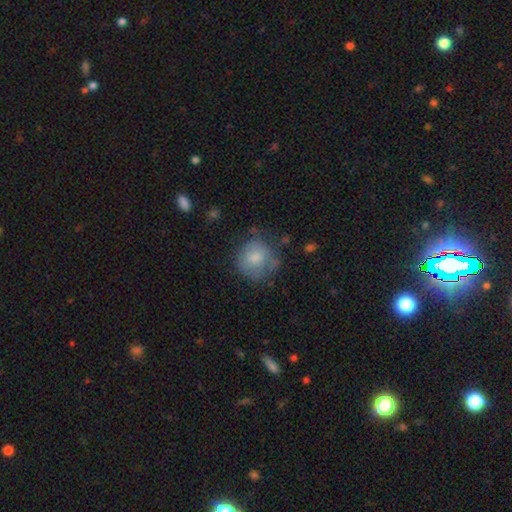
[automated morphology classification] A smooth galaxy with no disk features (73%) that is round (83%). Merging: none (57%).